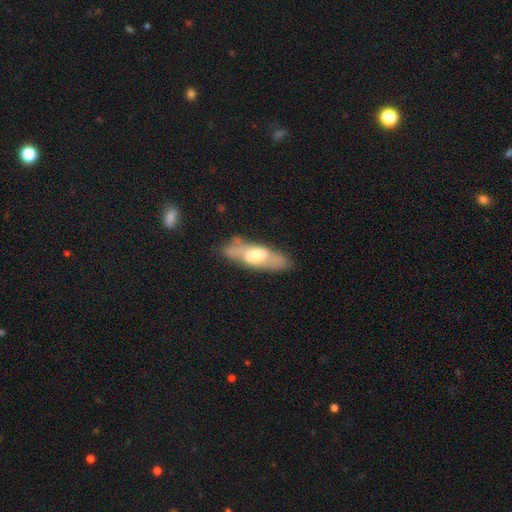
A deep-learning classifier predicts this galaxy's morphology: This is possibly a featured or disk galaxy (50%). It is likely not viewed edge-on (61%). Merging: likely none (68%).